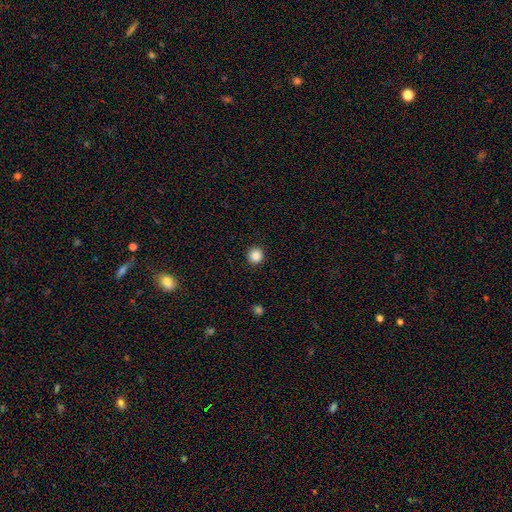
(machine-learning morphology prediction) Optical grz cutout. It shows a smooth galaxy with no disk features (87%) that is round (93%). Merging: none (93%).